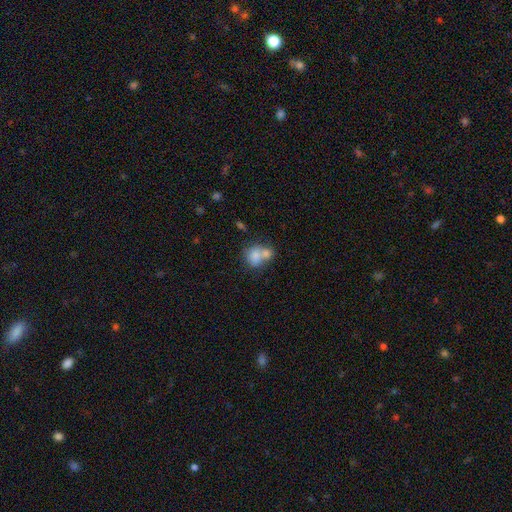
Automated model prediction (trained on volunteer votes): Overall: smooth (78%). How rounded: round (56%; in between 42%). Merging: merger (60%; none 26%).